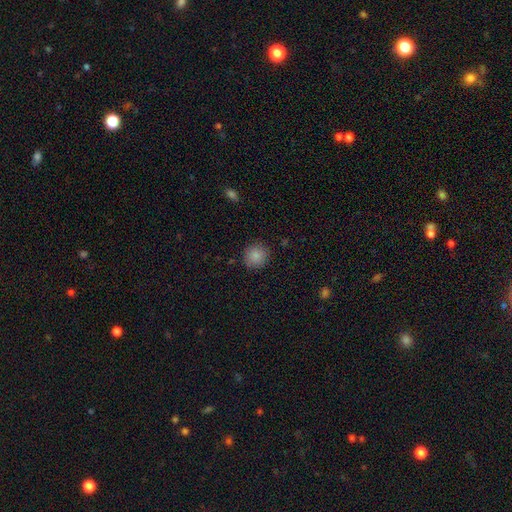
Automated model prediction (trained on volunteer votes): This appears to be a smooth galaxy with no disk features (86%) that is round (89%). Merging: none (88%).